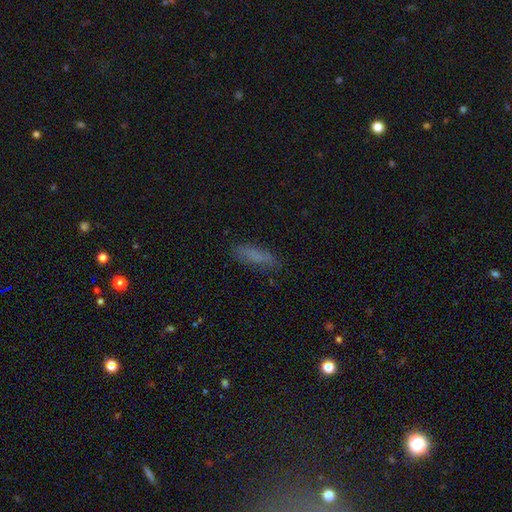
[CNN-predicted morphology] smooth_or_featured: smooth (p=0.74) [alt: featured or disk p=0.15]
how_rounded: cigar-shaped (p=0.60) [alt: in between p=0.38]
merging: none (p=0.77) [alt: minor disturbance p=0.16]